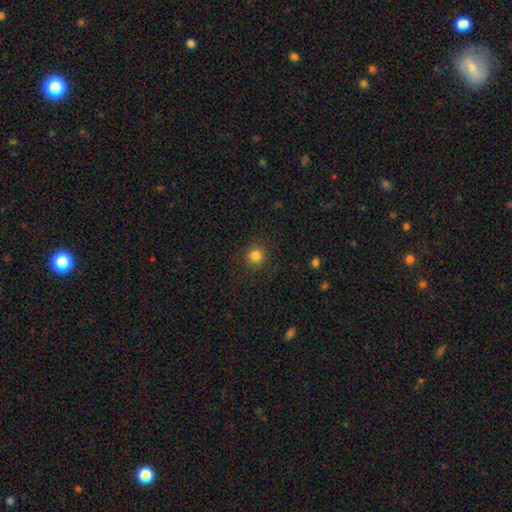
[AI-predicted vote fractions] This appears to be a smooth galaxy with no disk features (83%) that is round (93%). Merging: none (90%).